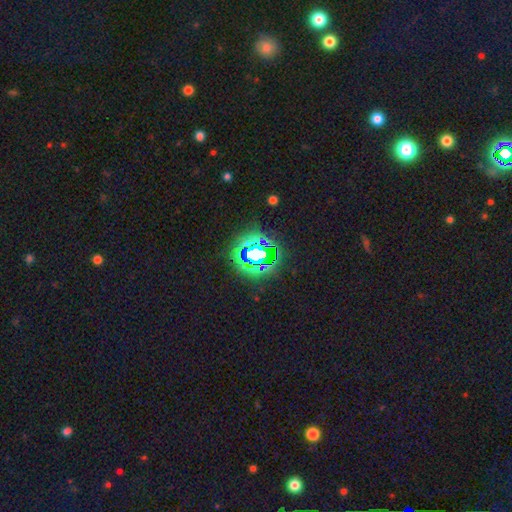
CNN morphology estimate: smooth-or-featured: star or artifact: 70% | smooth: 17% | featured or disk: 14%